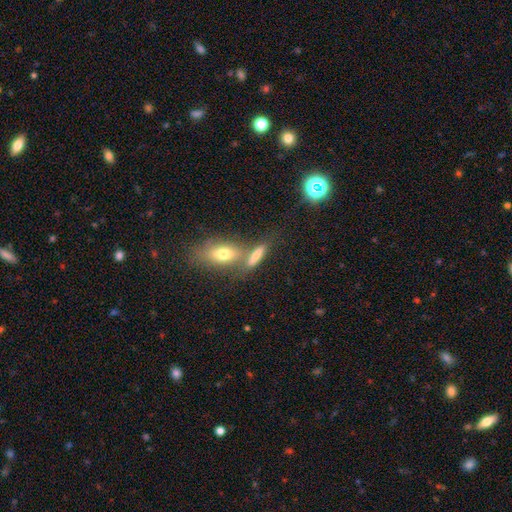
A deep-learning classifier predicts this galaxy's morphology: Smooth or featured: smooth — 69% (featured or disk — 19%)
How rounded: cigar-shaped — 48% (in between — 44%)
Merging: none — 51% (merger — 33%)